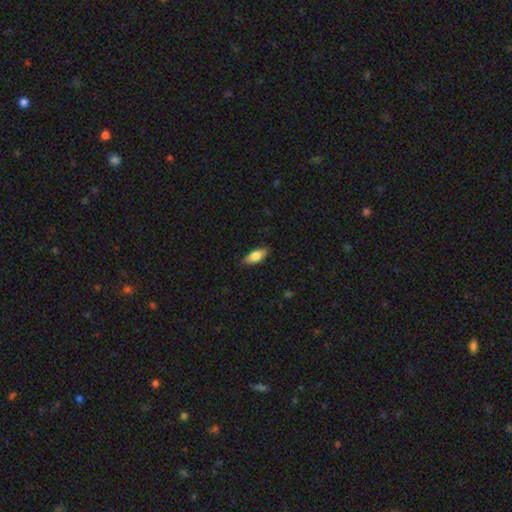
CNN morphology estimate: Smooth or featured?
  - smooth: 78% *
  - featured or disk: 15%
  - star or artifact: 6%
How rounded?
  - in between: 83% *
  - cigar-shaped: 15%
  - round: 3%
Merging?
  - none: 84% *
  - minor disturbance: 13%
  - major disturbance: 2%
  - merger: 1%